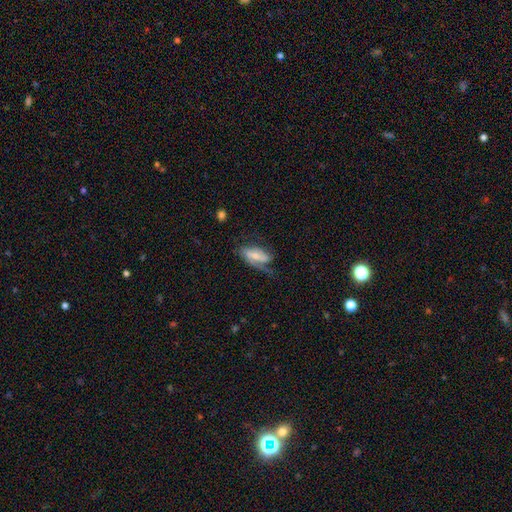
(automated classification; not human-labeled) Smooth or featured: featured or disk — 56% (smooth — 37%)
Edge-on disk: no — 90% (yes — 10%)
Merging: none — 44% (minor disturbance — 27%)